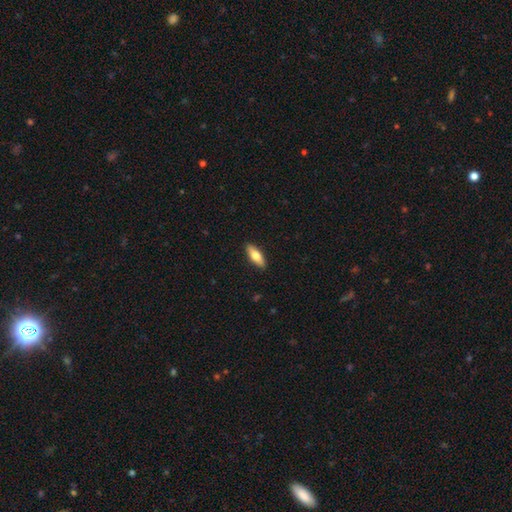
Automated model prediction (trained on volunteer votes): The model was most divided on "how rounded": in between: 57%, cigar-shaped: 41%, round: 2%. More confident: merging — none (90%); smooth or featured — smooth (67%).